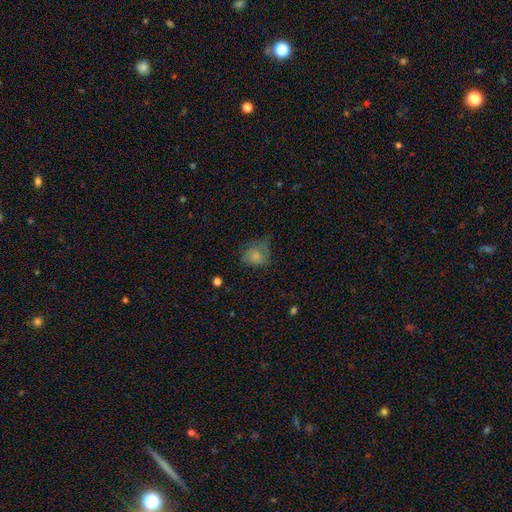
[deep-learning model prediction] Smooth or featured? Predicted: smooth (p=0.71). How rounded? Predicted: round (p=0.55). Merging? Predicted: none (p=0.40).